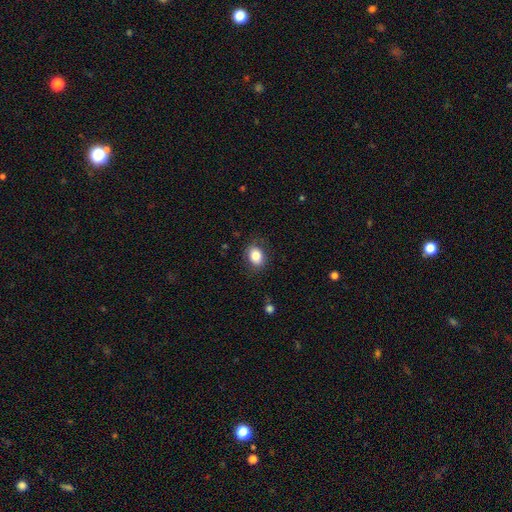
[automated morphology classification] This is clearly a smooth galaxy (83%). How rounded: likely in between (62%). Merging: clearly none (83%).